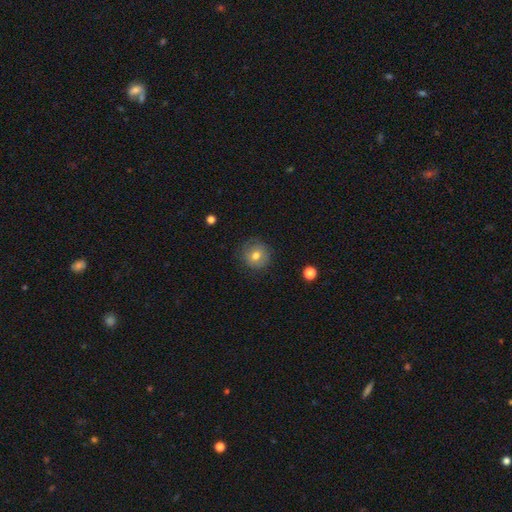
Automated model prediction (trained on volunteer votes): Smooth or featured?
  - smooth: 68% *
  - featured or disk: 22%
  - star or artifact: 10%
How rounded?
  - round: 91% *
  - in between: 8%
  - cigar-shaped: 1%
Merging?
  - none: 79% *
  - minor disturbance: 15%
  - major disturbance: 5%
  - merger: 1%